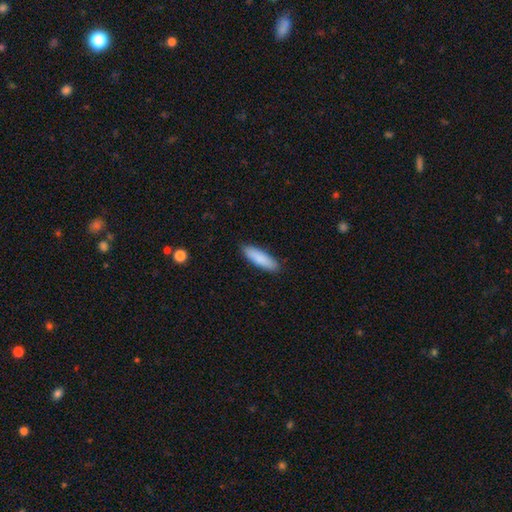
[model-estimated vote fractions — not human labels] Smooth or featured: smooth — 87% (featured or disk — 7%)
How rounded: cigar-shaped — 62% (in between — 37%)
Merging: none — 90% (minor disturbance — 7%)